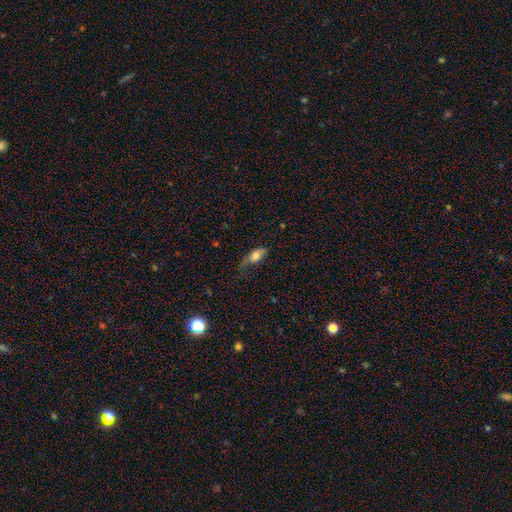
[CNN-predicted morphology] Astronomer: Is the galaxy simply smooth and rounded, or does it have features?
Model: smooth — 73%.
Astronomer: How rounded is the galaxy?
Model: in between — 81%.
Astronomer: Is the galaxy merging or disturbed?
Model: none — 38% (runner-up: minor disturbance, 33%).